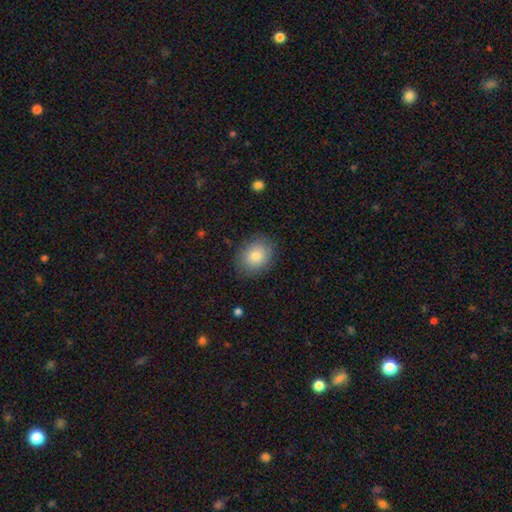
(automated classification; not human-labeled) Overall: smooth (80%). How rounded: round (52%; in between 47%). Merging: none (84%).